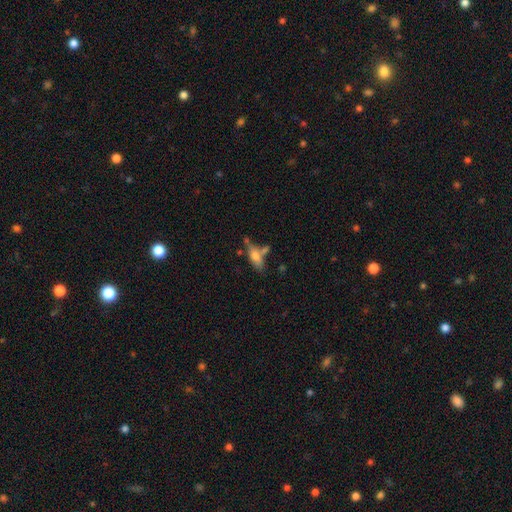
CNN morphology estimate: smooth 67%, featured or disk 24%, star or artifact 8%. Down the decision tree: how rounded — in between (65%); merging — none (47%).